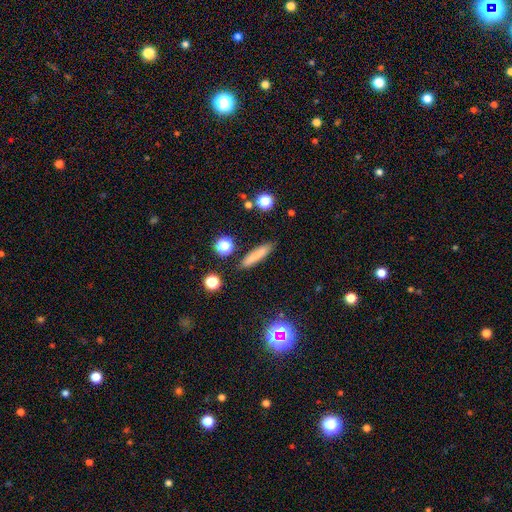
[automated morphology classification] This appears to be a smooth galaxy with no disk features (77%) that is cigar-shaped (86%). Merging: none (87%).